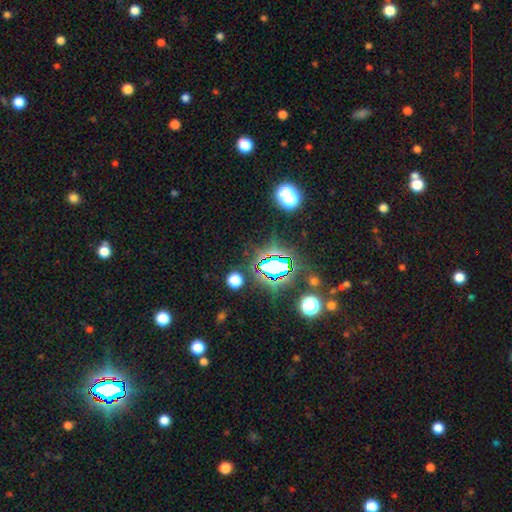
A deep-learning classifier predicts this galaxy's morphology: type=star or artifact (82%).